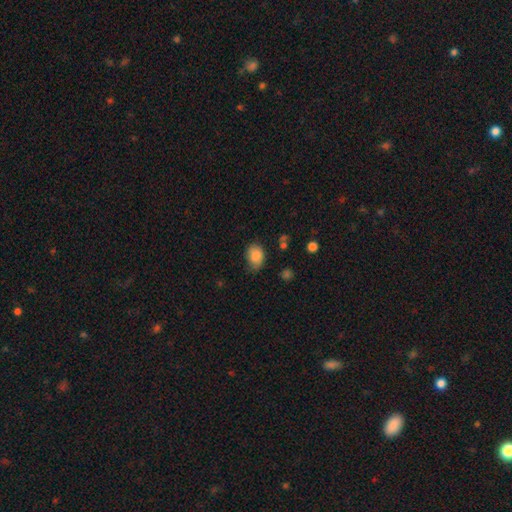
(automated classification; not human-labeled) Smooth or featured: smooth — 85% (star or artifact — 8%)
How rounded: in between — 70% (round — 29%)
Merging: none — 64% (minor disturbance — 28%)